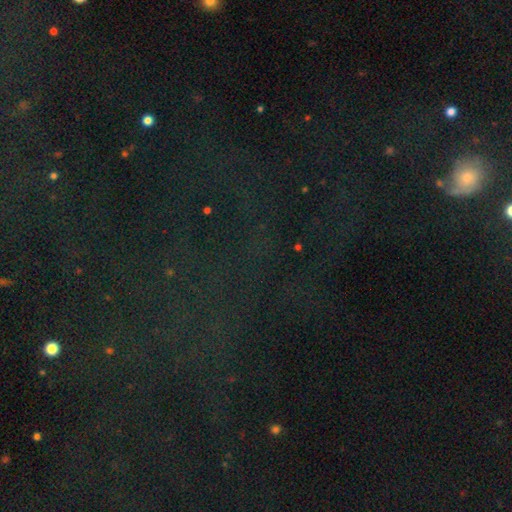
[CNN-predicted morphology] Smooth or featured: star or artifact — 78% (smooth — 12%)